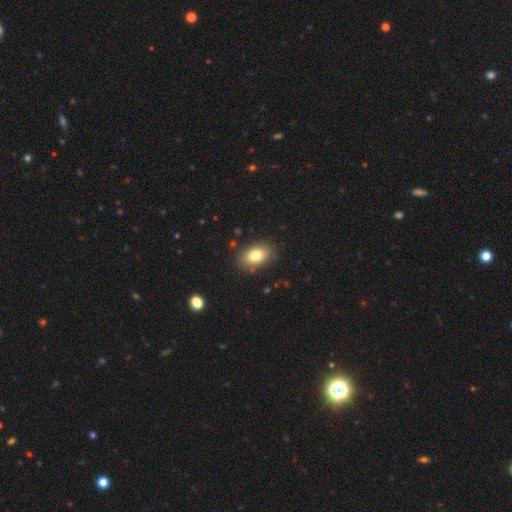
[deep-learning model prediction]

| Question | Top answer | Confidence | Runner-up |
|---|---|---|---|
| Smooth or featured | smooth | 80% | featured or disk (11%) |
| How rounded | in between | 88% | round (10%) |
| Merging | none | 86% | minor disturbance (10%) |